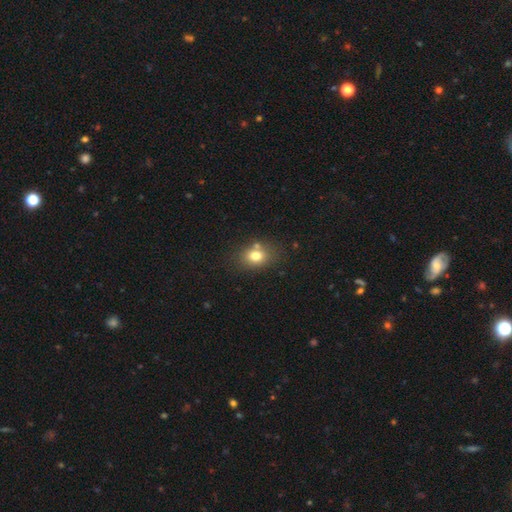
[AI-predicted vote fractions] The model was most divided on "how rounded": in between: 57%, round: 42%, cigar-shaped: 1%. More confident: smooth or featured — smooth (75%); merging — none (69%).